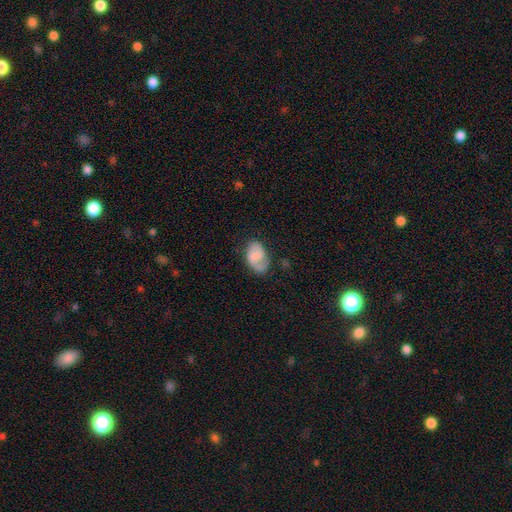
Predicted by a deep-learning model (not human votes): A smooth galaxy with no disk features (54%) that is in between round and cigar-shaped (88%).

Vote fractions:
- Smooth or featured? smooth: 54% / featured or disk: 38% / star or artifact: 8%
- How rounded? in between: 88% / round: 10% / cigar-shaped: 1%
- Merging? none: 50% / minor disturbance: 30% / major disturbance: 17% / merger: 3%